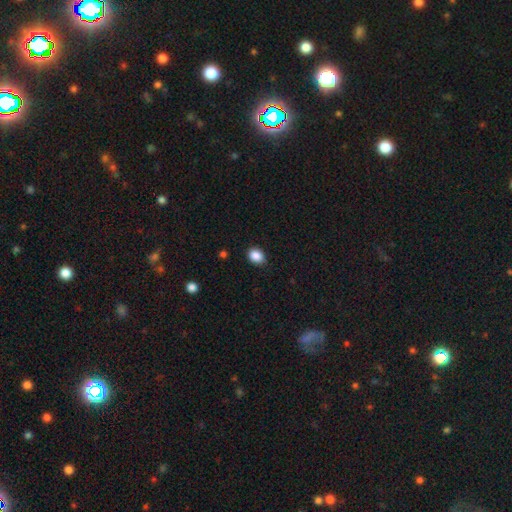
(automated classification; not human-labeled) smooth 88%, star or artifact 9%, featured or disk 3%. Down the decision tree: how rounded — in between (57%); merging — none (87%).